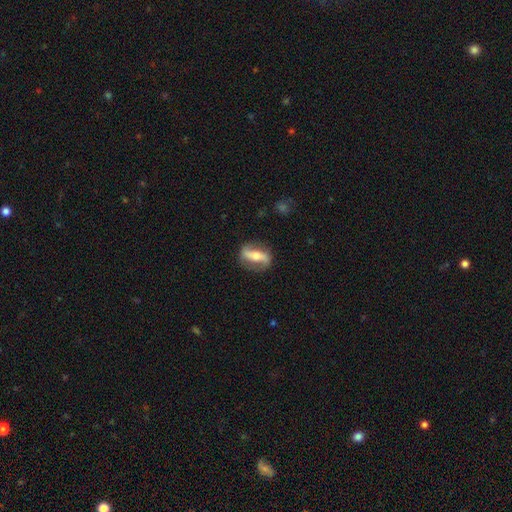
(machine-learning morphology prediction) Q: Smooth or featured?
A: featured or disk (71%); runner-up: smooth (24%)
Q: Edge-on disk?
A: no (81%); runner-up: yes (19%)
Q: Bar?
A: strong (64%); runner-up: weak (18%)
Q: Spiral arms?
A: yes (75%); runner-up: no (25%)
Q: Bulge size?
A: moderate (58%); runner-up: small (30%)
Q: Merging?
A: none (80%); runner-up: minor disturbance (13%)